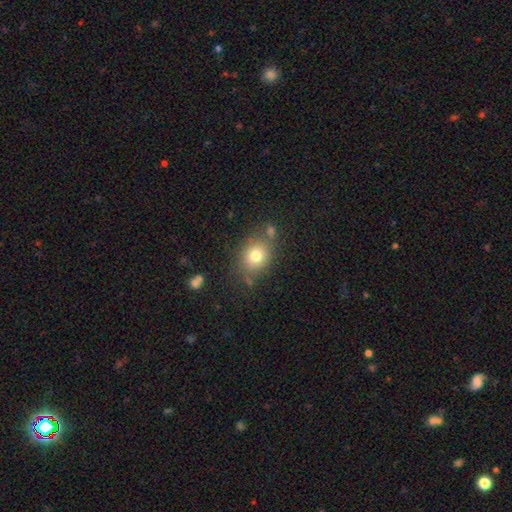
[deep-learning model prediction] This appears to be a smooth galaxy with no disk features (76%) that is round (56%). Merging: none (72%).